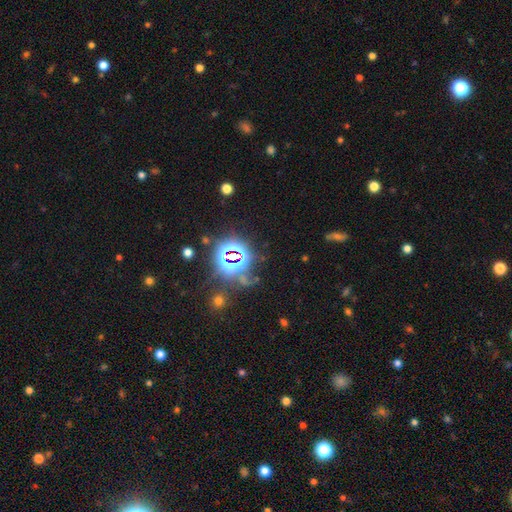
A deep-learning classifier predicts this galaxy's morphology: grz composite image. It shows a star or artifact, not a galaxy (83%).